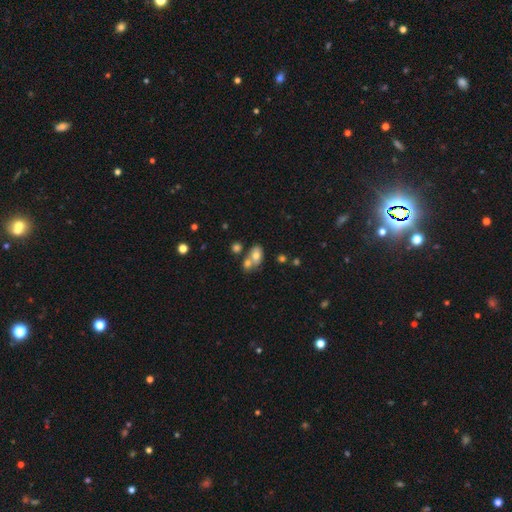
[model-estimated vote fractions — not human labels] smooth-or-featured: smooth: 70% | featured or disk: 19% | star or artifact: 11%
  how-rounded: in between: 76% | round: 22% | cigar-shaped: 2%
  merging: merger: 49% | none: 36% | minor disturbance: 11% | major disturbance: 5%